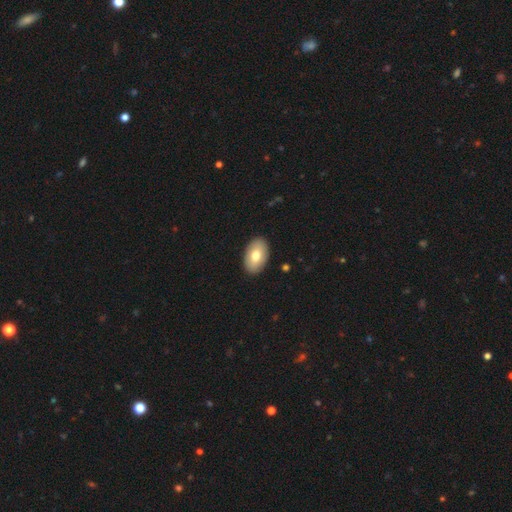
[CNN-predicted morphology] This is likely a smooth galaxy (75%). How rounded: clearly in between (93%). Merging: clearly none (90%).